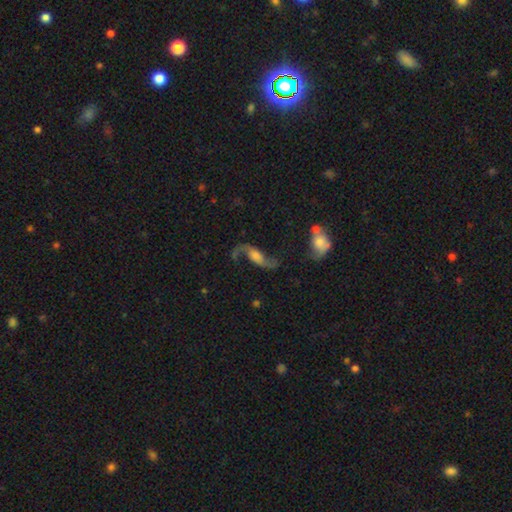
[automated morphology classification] Smooth or featured? Predicted: featured or disk (p=0.85). Edge-on disk? Predicted: no (p=0.93). Bar? Predicted: no (p=0.49). Spiral arms? Predicted: yes (p=0.96). Spiral winding? Predicted: loose (p=0.88). Spiral arm count? Predicted: 2 (p=0.93). Bulge size? Predicted: moderate (p=0.38). Merging? Predicted: none (p=0.68).